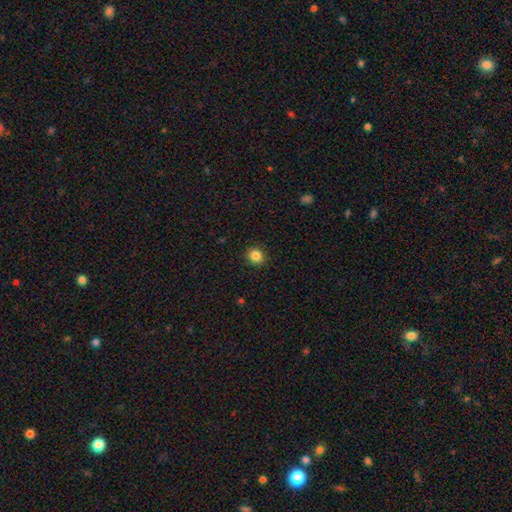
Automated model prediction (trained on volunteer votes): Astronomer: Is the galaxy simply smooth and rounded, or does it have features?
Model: smooth — 85%.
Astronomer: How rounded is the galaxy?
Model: round — 82%.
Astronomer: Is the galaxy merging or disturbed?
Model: none — 90%.